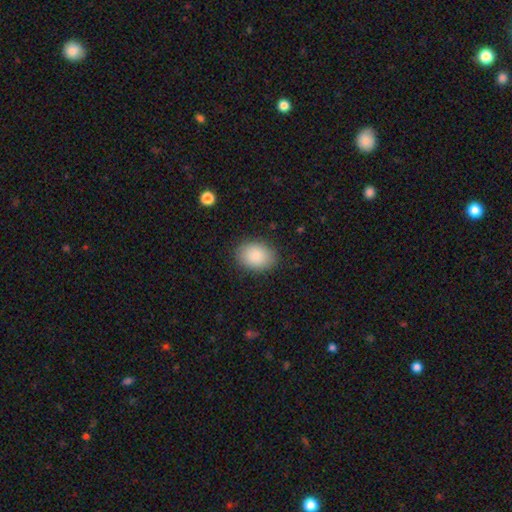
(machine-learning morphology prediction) Overall: smooth (87%). How rounded: in between (73%). Merging: none (86%).